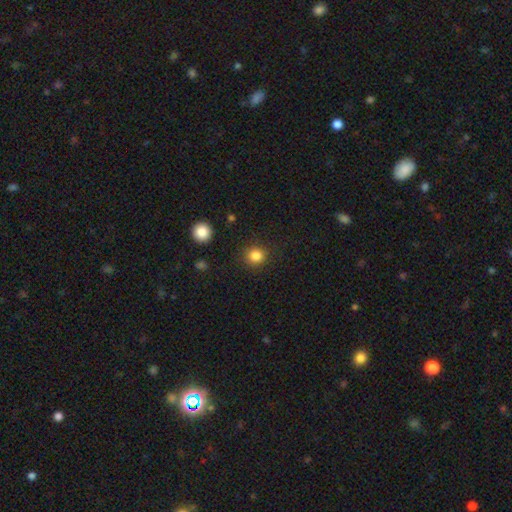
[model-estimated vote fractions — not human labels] Smooth or featured? smooth (84%)
How rounded? round (90%)
Merging? none (88%)